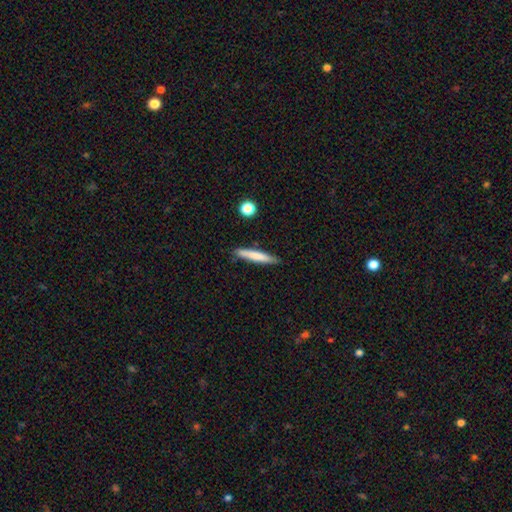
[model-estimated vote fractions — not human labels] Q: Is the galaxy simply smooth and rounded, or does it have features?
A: smooth — 72%.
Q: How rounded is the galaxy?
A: cigar-shaped — 93%.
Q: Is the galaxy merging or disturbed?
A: none — 85%.